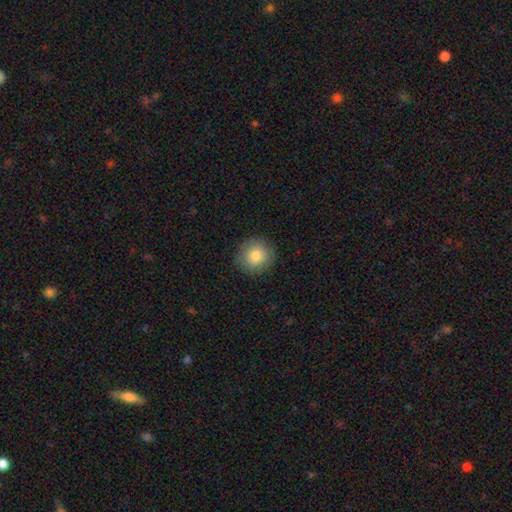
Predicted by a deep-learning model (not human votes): smooth-or-featured: smooth: 81% | featured or disk: 10% | star or artifact: 9%
  how-rounded: round: 93% | in between: 6% | cigar-shaped: 1%
  merging: none: 89% | minor disturbance: 8% | major disturbance: 2% | merger: 1%